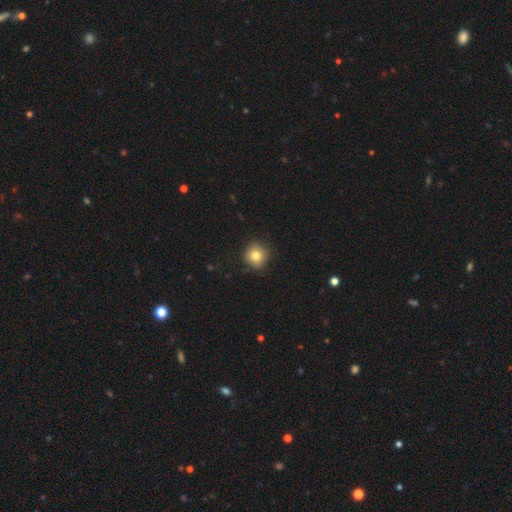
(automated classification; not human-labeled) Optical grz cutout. It shows a smooth galaxy with no disk features (78%) that is round (88%). Merging: none (83%).